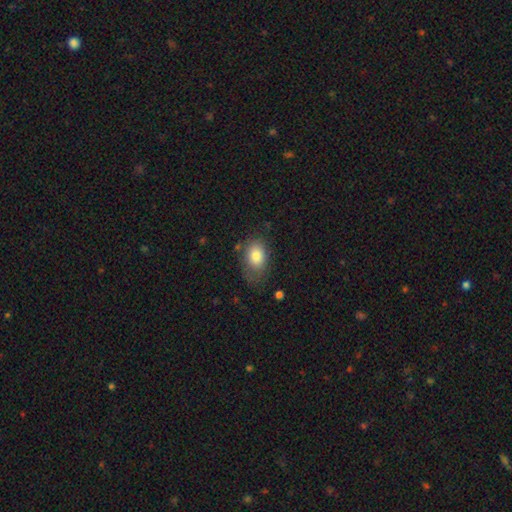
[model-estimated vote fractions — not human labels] Smooth or featured: smooth — 80% (featured or disk — 12%)
How rounded: in between — 82% (round — 17%)
Merging: none — 59% (minor disturbance — 27%)